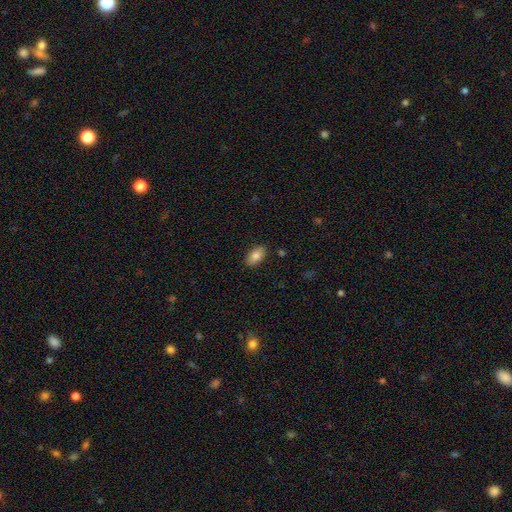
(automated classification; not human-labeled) The model was most divided on "smooth or featured": smooth: 82%, featured or disk: 11%, star or artifact: 7%. More confident: how rounded — in between (93%); merging — none (87%).